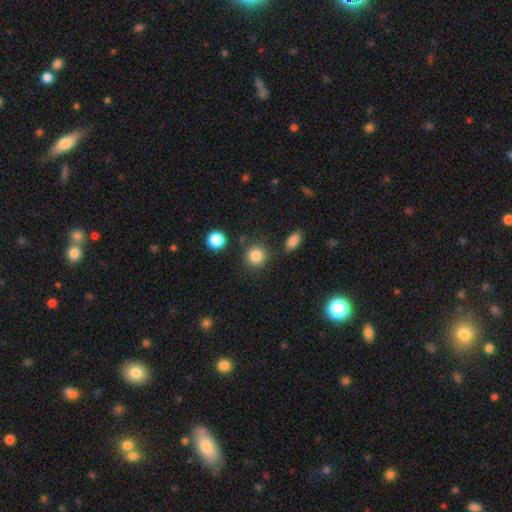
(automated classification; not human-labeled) The model was most divided on "merging": none: 83%, minor disturbance: 9%, merger: 5%, major disturbance: 3%. More confident: how rounded — round (90%); smooth or featured — smooth (85%).